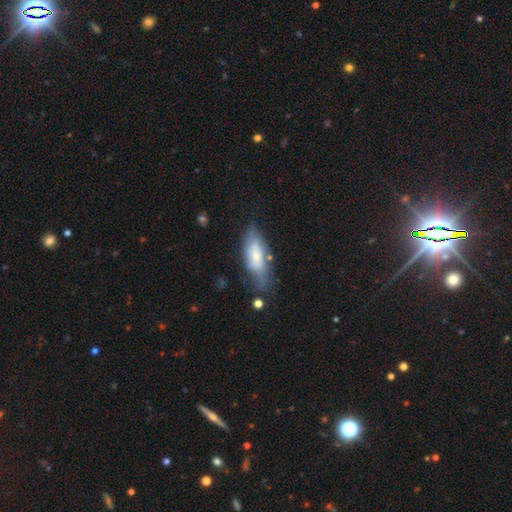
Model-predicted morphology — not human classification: This is possibly a smooth galaxy (57%). How rounded: possibly in between (60%). Merging: possibly none (57%).